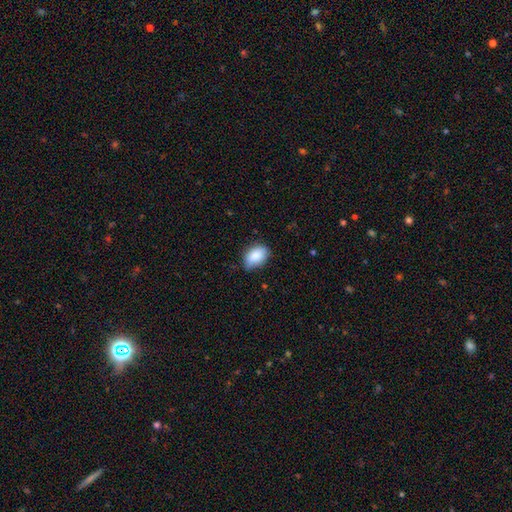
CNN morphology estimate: smooth 87%, star or artifact 7%, featured or disk 6%. Down the decision tree: how rounded — in between (89%); merging — none (69%).